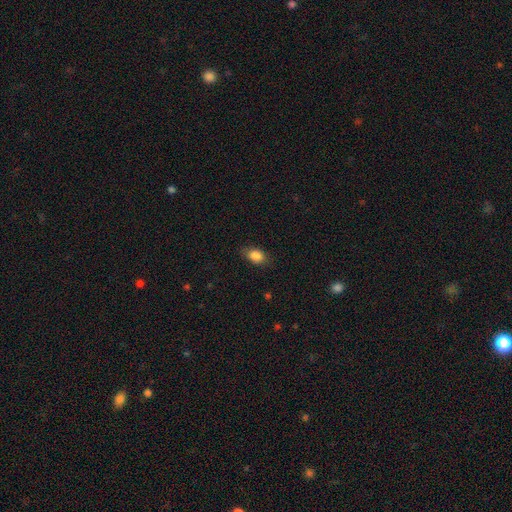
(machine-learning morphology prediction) The model was most divided on "merging": none: 81%, minor disturbance: 15%, major disturbance: 4%, merger: 1%. More confident: smooth or featured — smooth (85%); how rounded — in between (82%).